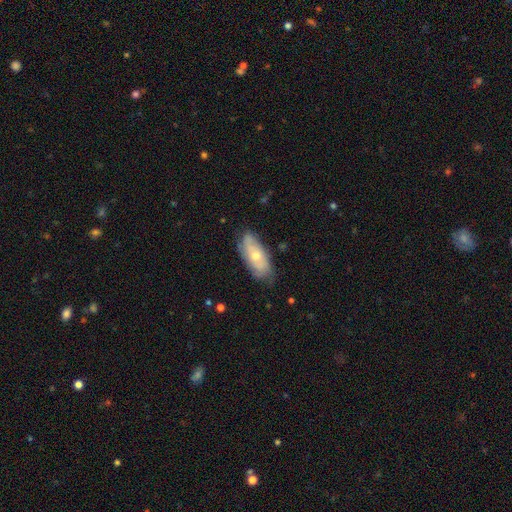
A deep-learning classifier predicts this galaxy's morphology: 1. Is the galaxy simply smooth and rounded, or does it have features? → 49% featured or disk, 44% smooth, 6% star or artifact.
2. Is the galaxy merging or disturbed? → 72% none, 22% minor disturbance, 5% major disturbance, 1% merger.